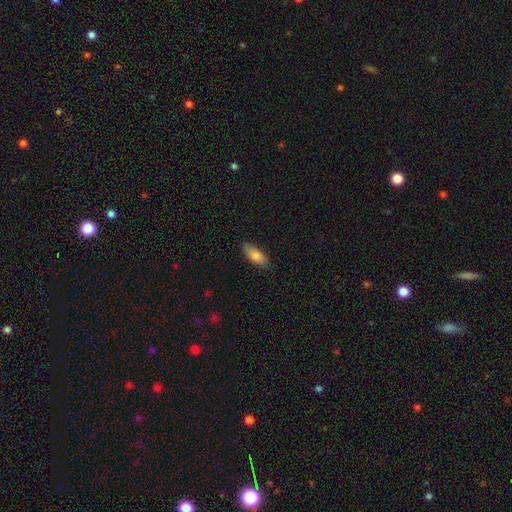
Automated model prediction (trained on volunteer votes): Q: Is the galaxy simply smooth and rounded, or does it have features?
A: smooth — 80%.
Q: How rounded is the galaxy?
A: in between — 77%.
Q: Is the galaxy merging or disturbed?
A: none — 85%.